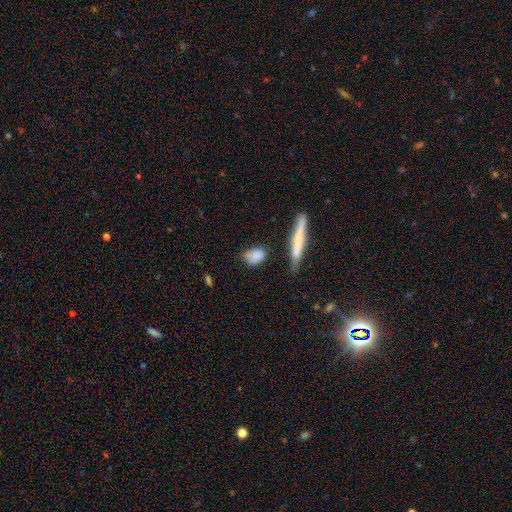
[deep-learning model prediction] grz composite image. It shows a smooth galaxy with no disk features (82%) that is in between round and cigar-shaped (74%). Merging: none (64%).